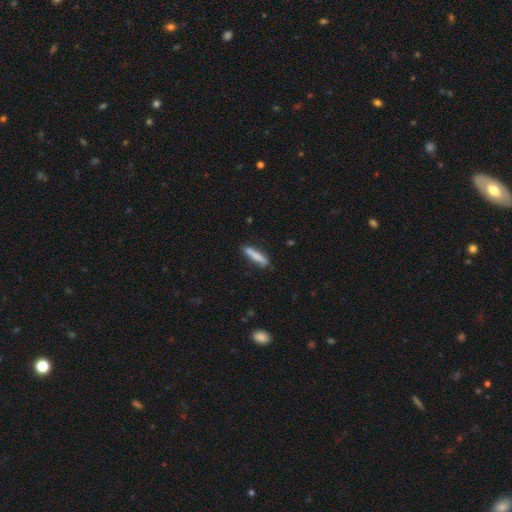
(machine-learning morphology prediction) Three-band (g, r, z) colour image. It shows a smooth galaxy with no disk features (81%) that is cigar-shaped (87%). Merging: none (84%).